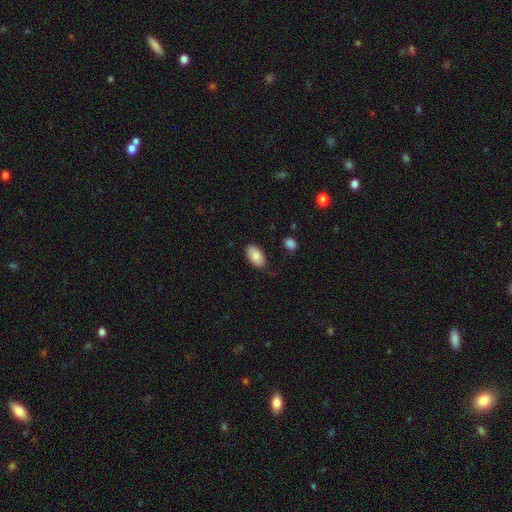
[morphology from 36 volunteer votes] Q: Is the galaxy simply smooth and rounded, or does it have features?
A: smooth — 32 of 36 (89%).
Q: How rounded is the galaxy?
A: in between — 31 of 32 (97%).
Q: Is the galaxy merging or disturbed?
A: none — 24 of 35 (69%).